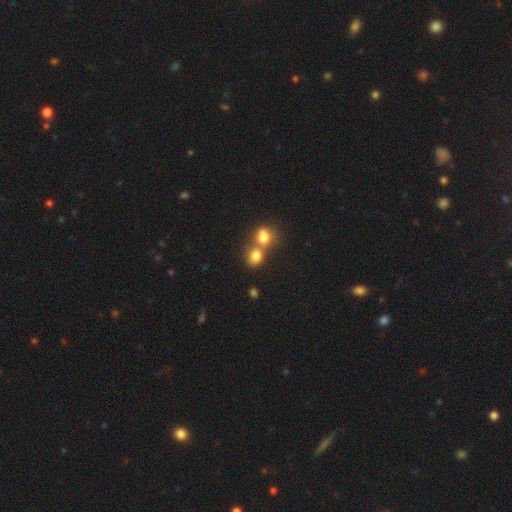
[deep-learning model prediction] The model was most divided on "how rounded": round: 60%, in between: 39%, cigar-shaped: 1%. More confident: smooth or featured — smooth (78%); merging — merger (58%).